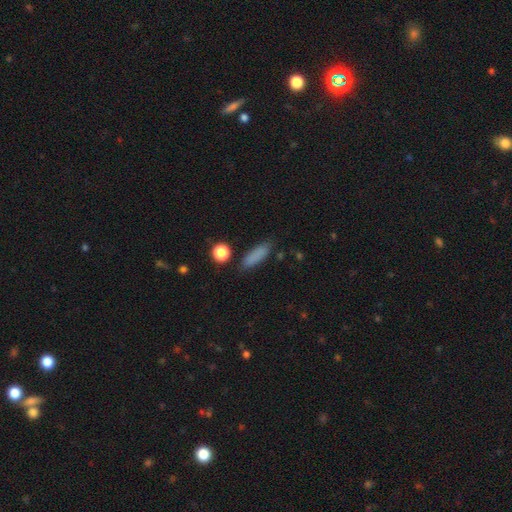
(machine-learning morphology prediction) smooth-or-featured: smooth: 83% | star or artifact: 10% | featured or disk: 7%
  how-rounded: cigar-shaped: 52% | in between: 44% | round: 4%
  merging: none: 79% | minor disturbance: 14% | major disturbance: 4% | merger: 3%